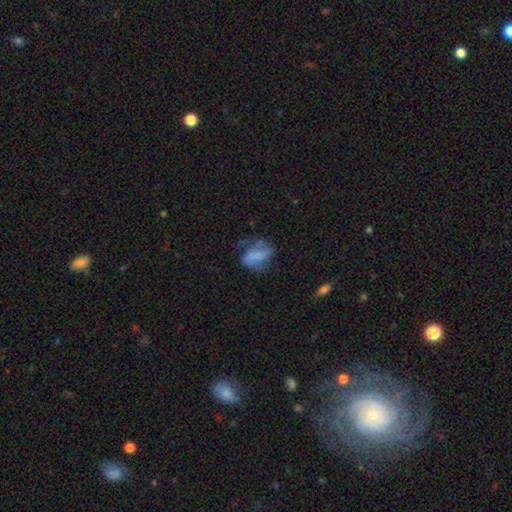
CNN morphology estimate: Smooth or featured: smooth — 52% (featured or disk — 38%)
How rounded: in between — 80% (round — 17%)
Merging: none — 35% (major disturbance — 34%)